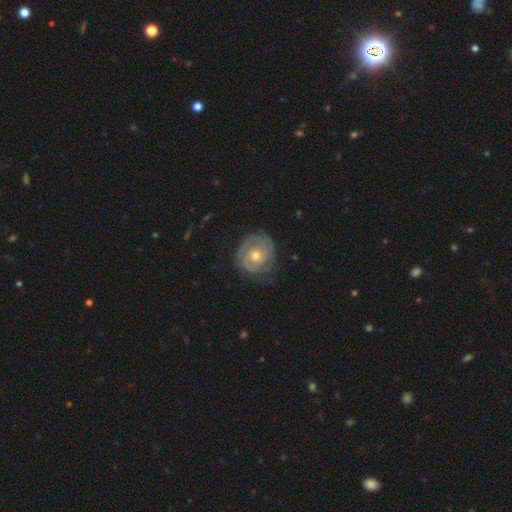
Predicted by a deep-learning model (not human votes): Morphology: type=featured or disk (79%); edge-on=no (97%); bar=no (78%); spiral arms=yes (90%); winding=tight (77%); arm count=2 (49%); bulge=moderate (62%); merging=none (75%).